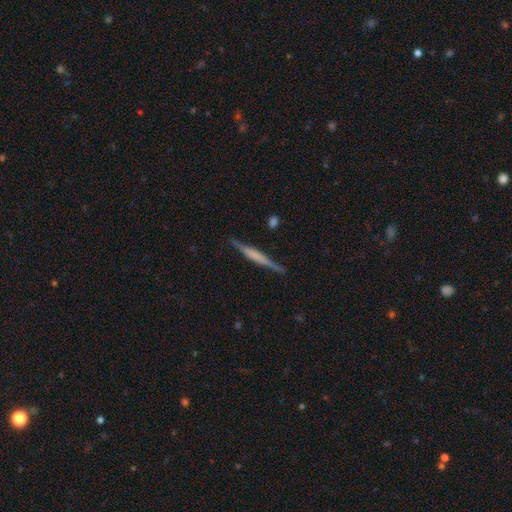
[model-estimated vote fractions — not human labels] Smooth or featured: featured or disk — 59% (smooth — 35%)
Edge-on disk: yes — 97% (no — 3%)
Edge-on bulge: none — 44% (boxy — 33%)
Merging: none — 87% (minor disturbance — 10%)